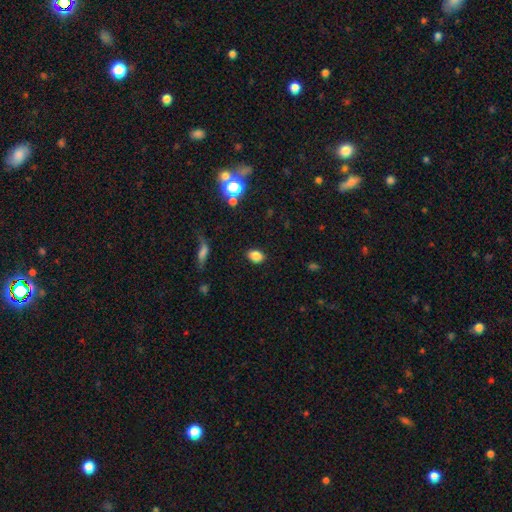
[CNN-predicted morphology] Q: Smooth or featured?
A: smooth (84%); runner-up: star or artifact (11%)
Q: How rounded?
A: in between (72%); runner-up: round (26%)
Q: Merging?
A: none (86%); runner-up: minor disturbance (9%)